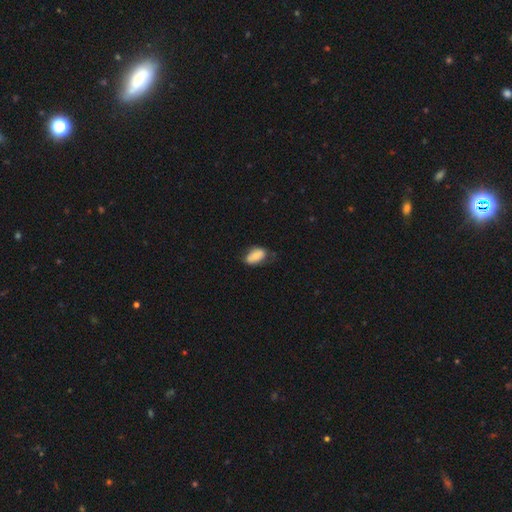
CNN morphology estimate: smooth 77%, featured or disk 16%, star or artifact 7%. Down the decision tree: how rounded — in between (91%); merging — none (61%).